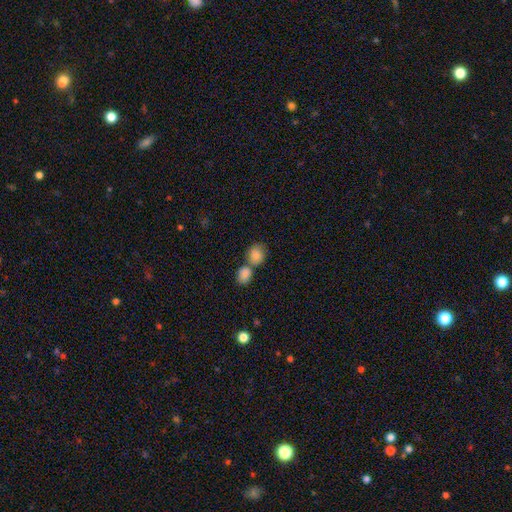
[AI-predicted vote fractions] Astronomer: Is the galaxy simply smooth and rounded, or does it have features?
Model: smooth — 85%.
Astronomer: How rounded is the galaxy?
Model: round — 60% (runner-up: in between, 39%).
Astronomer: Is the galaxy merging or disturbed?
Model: merger — 50% (runner-up: none, 36%).